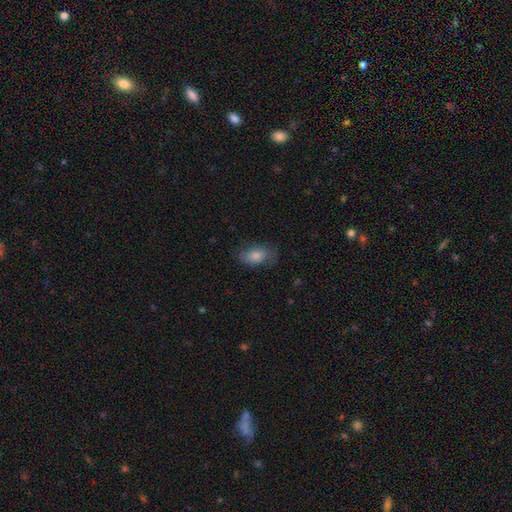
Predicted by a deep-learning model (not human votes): smooth-or-featured: smooth: 79% | featured or disk: 13% | star or artifact: 8%
  how-rounded: in between: 89% | round: 9% | cigar-shaped: 3%
  merging: none: 67% | minor disturbance: 23% | major disturbance: 9% | merger: 1%